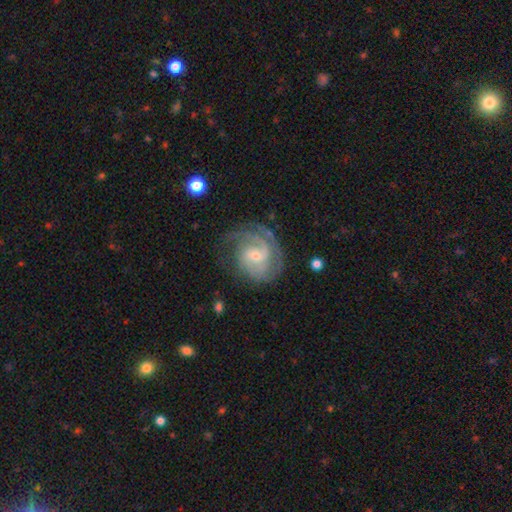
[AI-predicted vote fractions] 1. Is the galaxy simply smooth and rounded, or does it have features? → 87% featured or disk, 8% smooth, 5% star or artifact.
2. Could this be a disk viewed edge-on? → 98% no, 2% yes.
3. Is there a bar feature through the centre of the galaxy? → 56% no, 37% weak, 7% strong.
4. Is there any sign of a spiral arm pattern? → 96% yes, 4% no.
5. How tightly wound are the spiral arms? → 54% tight, 37% medium, 9% loose.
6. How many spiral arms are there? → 42% 2, 22% 3, 20% can't tell, 7% 1, 5% 4, 4% more than 4.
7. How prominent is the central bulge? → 68% small, 28% moderate, 1% large, 1% none, 1% dominant.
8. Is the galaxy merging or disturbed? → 68% none, 19% minor disturbance, 11% major disturbance, 2% merger.